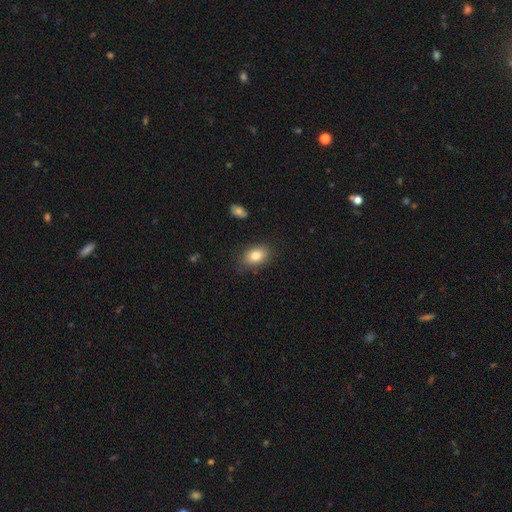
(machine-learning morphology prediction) smooth-or-featured: smooth: 83% | featured or disk: 8% | star or artifact: 8%
  how-rounded: in between: 81% | round: 18% | cigar-shaped: 1%
  merging: none: 82% | minor disturbance: 13% | major disturbance: 3% | merger: 2%